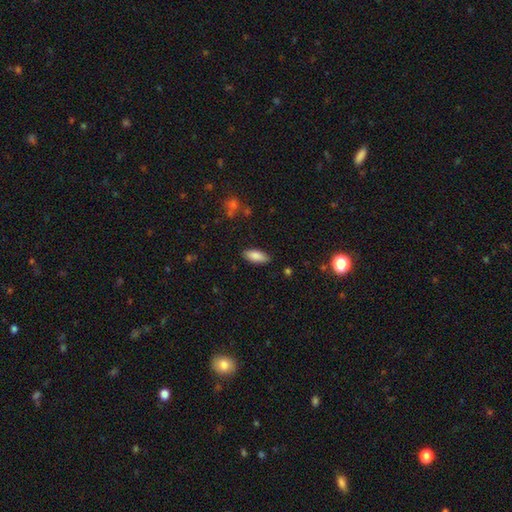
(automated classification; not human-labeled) smooth_or_featured: smooth (p=0.87) [alt: featured or disk p=0.07]
how_rounded: in between (p=0.83) [alt: cigar-shaped p=0.16]
merging: none (p=0.87) [alt: minor disturbance p=0.10]